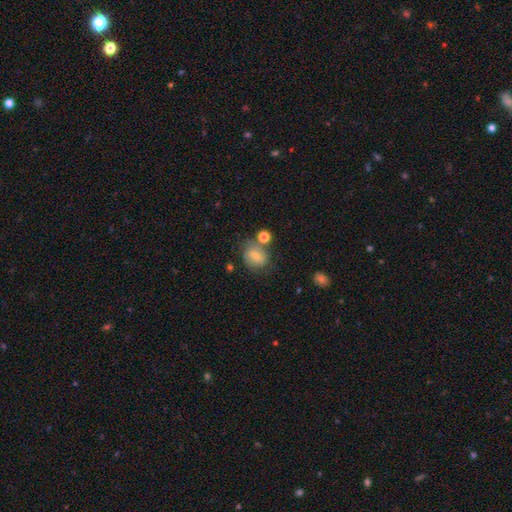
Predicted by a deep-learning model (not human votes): Smooth or featured? Predicted: smooth (p=0.64). How rounded? Predicted: round (p=0.60). Merging? Predicted: none (p=0.61).